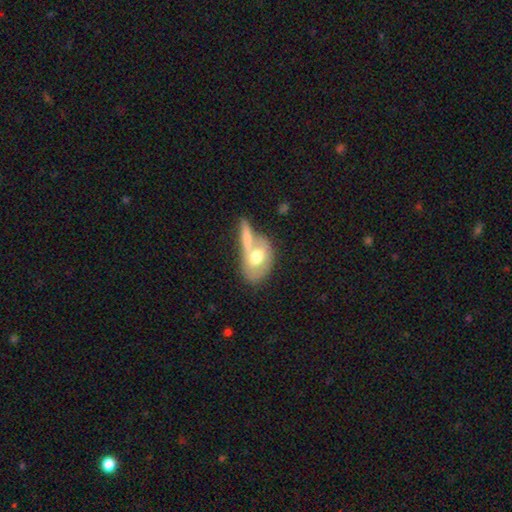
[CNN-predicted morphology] Smooth or featured? smooth (56%)
How rounded? in between (85%)
Merging? merger (52%)